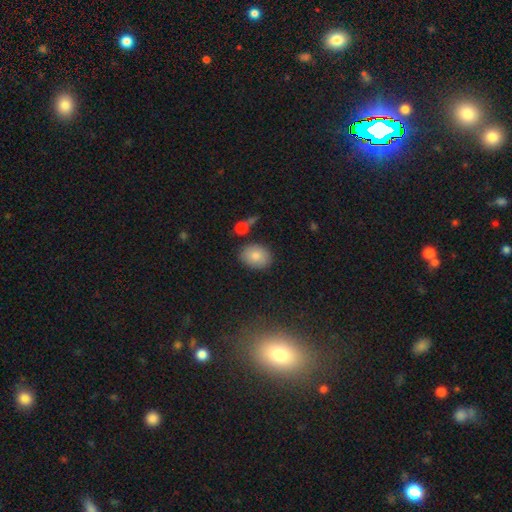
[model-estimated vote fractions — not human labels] This is clearly a smooth galaxy (81%). How rounded: likely in between (65%). Merging: likely none (79%).